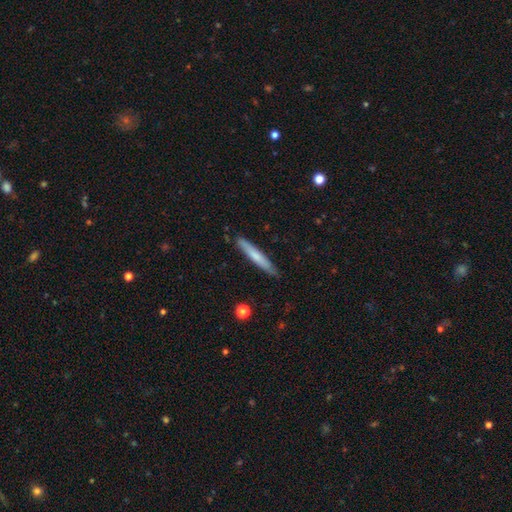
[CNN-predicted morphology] Smooth or featured: smooth — 64% (featured or disk — 30%)
How rounded: cigar-shaped — 95% (in between — 4%)
Merging: none — 87% (minor disturbance — 10%)